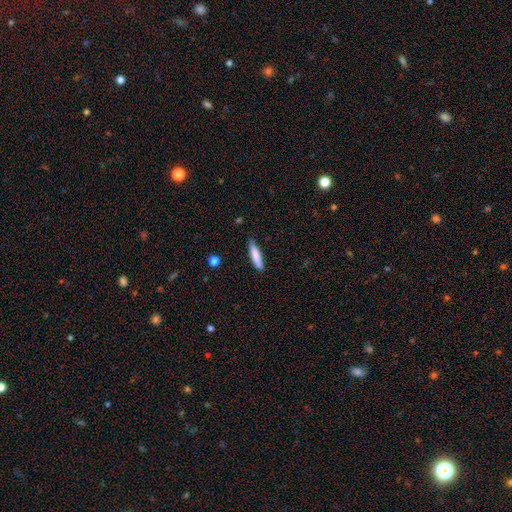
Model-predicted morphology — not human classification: Q: Smooth or featured?
A: smooth (79%); runner-up: featured or disk (15%)
Q: How rounded?
A: cigar-shaped (80%); runner-up: in between (18%)
Q: Merging?
A: none (77%); runner-up: minor disturbance (18%)